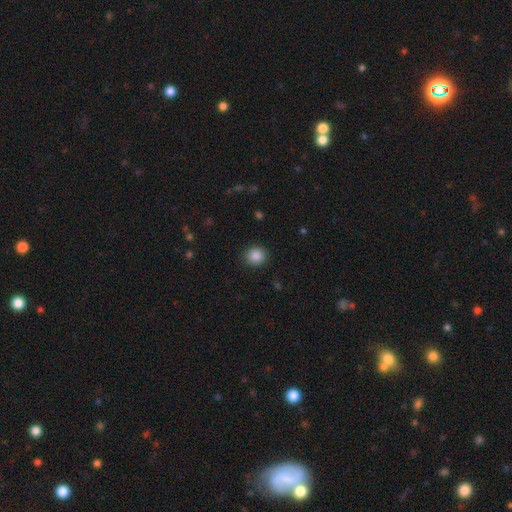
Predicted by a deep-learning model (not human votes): The model was most divided on "how rounded": round: 83%, in between: 16%, cigar-shaped: 1%. More confident: merging — none (90%); smooth or featured — smooth (87%).